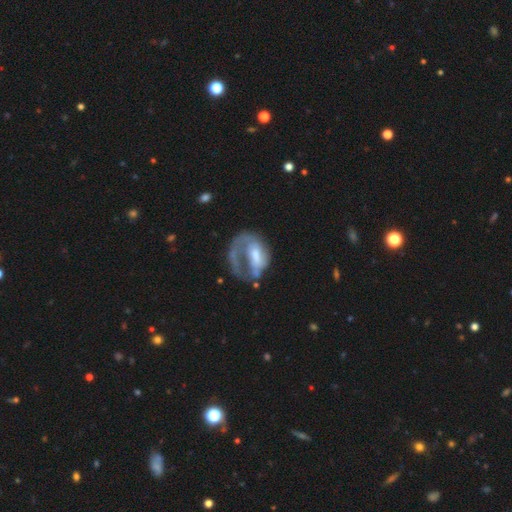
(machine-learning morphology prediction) The model was most divided on "bar": no: 51%, weak: 37%, strong: 12%. Remaining: edge-on disk — no (97%); smooth or featured — featured or disk (66%); spiral arms — yes (60%); merging — major disturbance (51%); bulge size — moderate (43%).